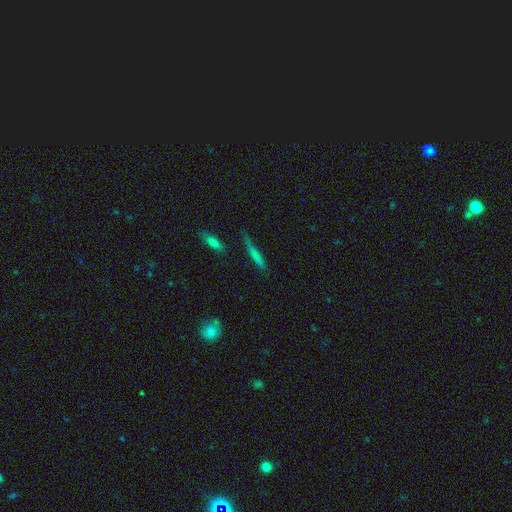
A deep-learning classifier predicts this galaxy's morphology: The model was most divided on "merging": none: 66%, minor disturbance: 22%, major disturbance: 6%, merger: 6%. More confident: how rounded — cigar-shaped (90%); smooth or featured — smooth (69%).